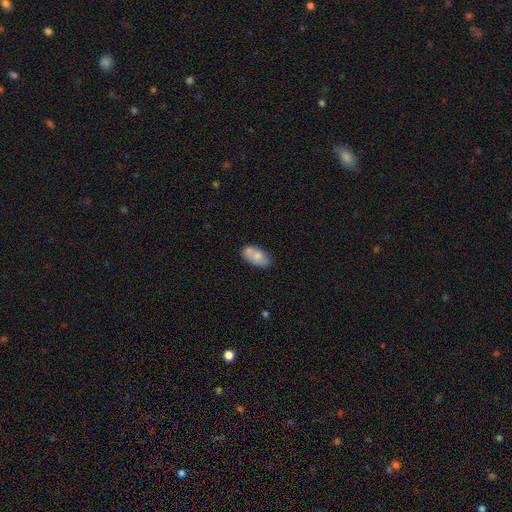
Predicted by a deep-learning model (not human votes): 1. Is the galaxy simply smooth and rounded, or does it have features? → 76% smooth, 17% featured or disk, 7% star or artifact.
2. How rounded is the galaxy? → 92% in between, 4% round, 3% cigar-shaped.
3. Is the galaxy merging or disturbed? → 60% none, 19% minor disturbance, 16% merger, 5% major disturbance.